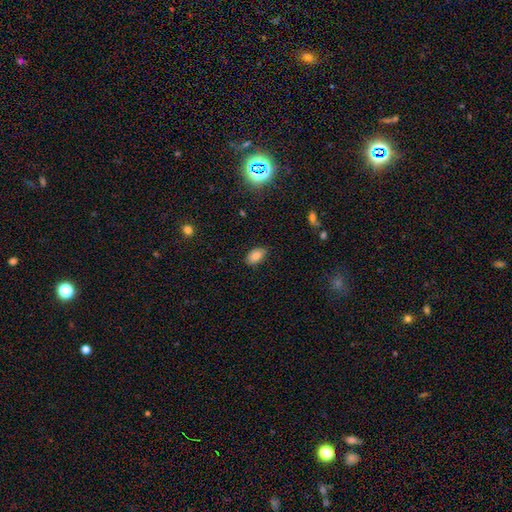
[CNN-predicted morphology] This appears to be a smooth galaxy with no disk features (82%) that is in between round and cigar-shaped (91%). Merging: none (80%).